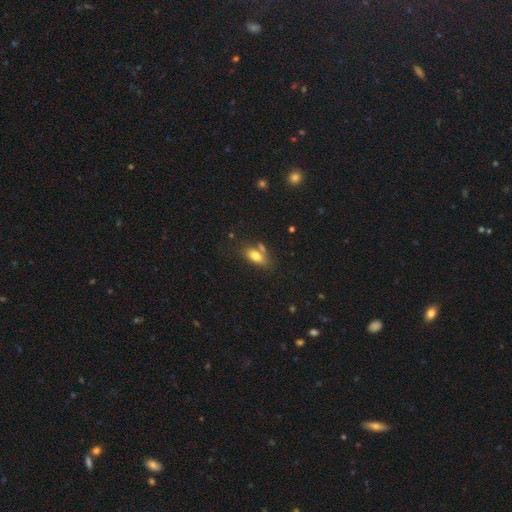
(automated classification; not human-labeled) Smooth or featured? smooth (76%)
How rounded? in between (85%)
Merging? none (59%)